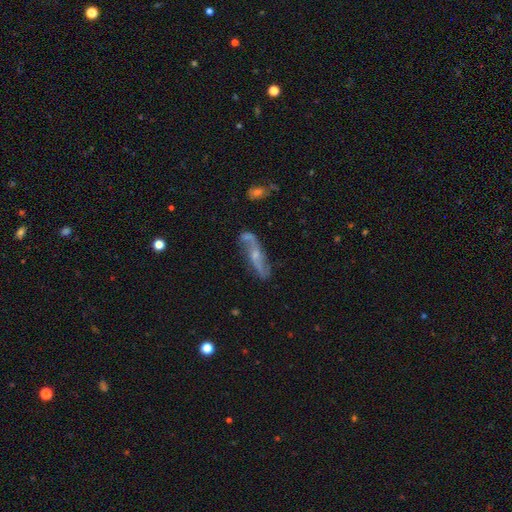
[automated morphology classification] Smooth or featured: featured or disk — 75% (smooth — 18%)
Edge-on disk: no — 79% (yes — 21%)
Bar: no — 52% (weak — 34%)
Spiral arms: yes — 88% (no — 12%)
Spiral winding: loose — 65% (medium — 25%)
Spiral arm count: 2 — 87% (can't tell — 7%)
Bulge size: small — 54% (moderate — 35%)
Merging: none — 63% (minor disturbance — 20%)